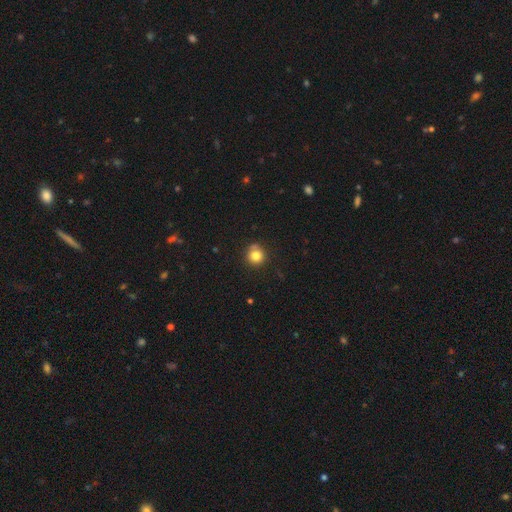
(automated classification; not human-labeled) The model was most divided on "merging": none: 77%, minor disturbance: 13%, merger: 6%, major disturbance: 3%. More confident: how rounded — round (93%); smooth or featured — smooth (81%).